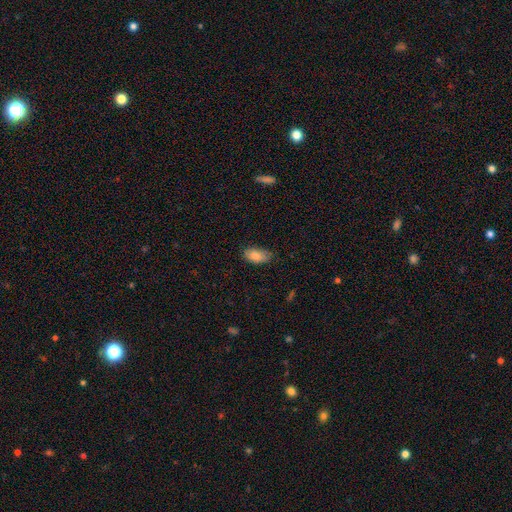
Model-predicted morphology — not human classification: Smooth or featured? smooth (84%)
How rounded? in between (92%)
Merging? none (73%)